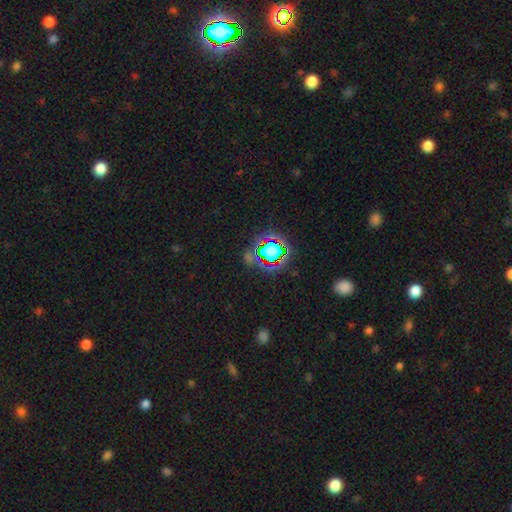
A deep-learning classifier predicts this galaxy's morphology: Smooth or featured?
  - star or artifact: 75% *
  - smooth: 16%
  - featured or disk: 9%